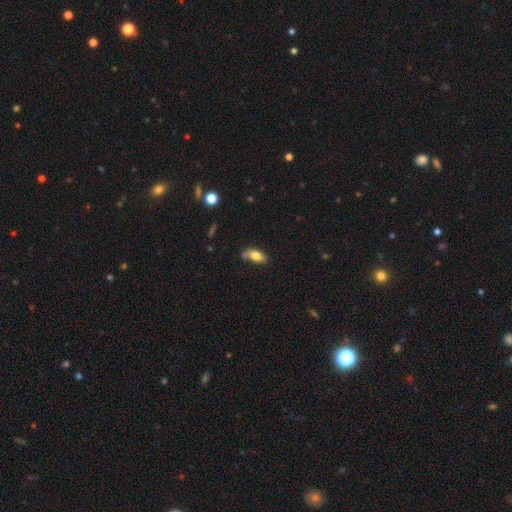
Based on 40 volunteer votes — Overall: smooth (65%). How rounded: in between (88%). Merging: none (42%; minor disturbance 39%).